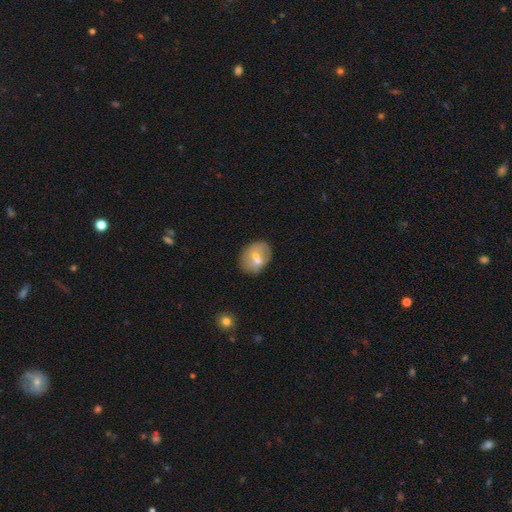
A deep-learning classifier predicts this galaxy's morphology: smooth 55%, featured or disk 35%, star or artifact 10%. Down the decision tree: how rounded — in between (67%); merging — none (66%).